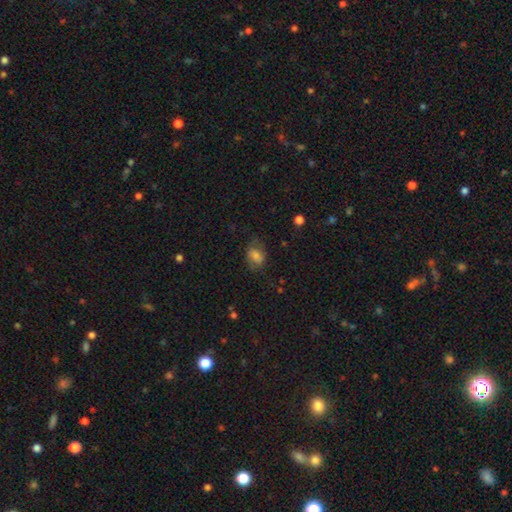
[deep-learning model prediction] This is likely a smooth galaxy (69%). How rounded: likely in between (73%). Merging: likely none (62%).